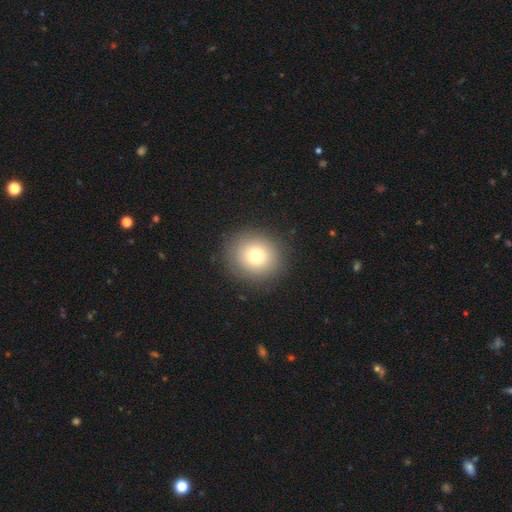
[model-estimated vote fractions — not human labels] The model was most divided on "smooth or featured": smooth: 76%, featured or disk: 12%, star or artifact: 12%. More confident: merging — none (89%); how rounded — round (89%).